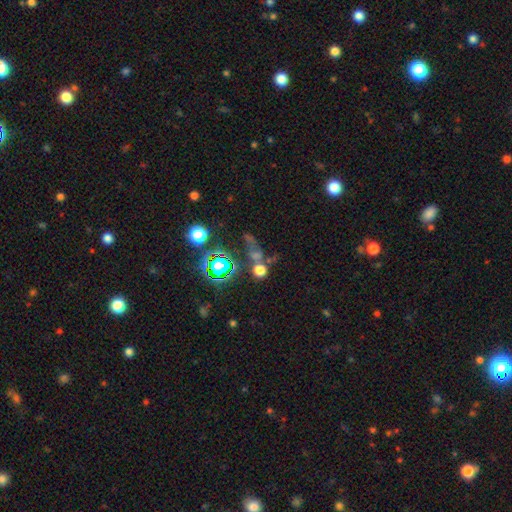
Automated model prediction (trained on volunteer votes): This is possibly a star or artifact rather than a galaxy (50%).